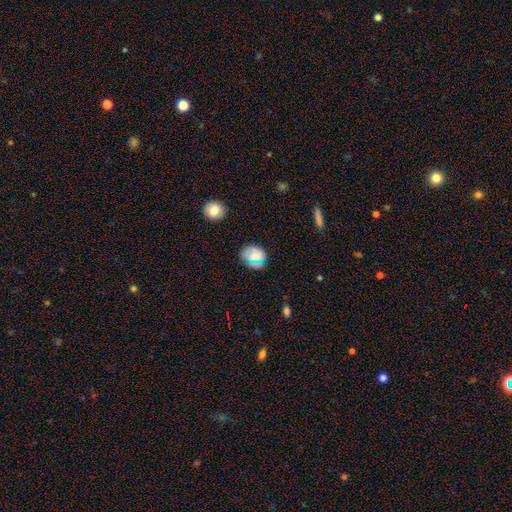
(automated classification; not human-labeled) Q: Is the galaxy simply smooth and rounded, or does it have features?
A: smooth — 73%.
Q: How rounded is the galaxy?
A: in between — 56%.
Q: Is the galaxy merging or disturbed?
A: none — 79%.